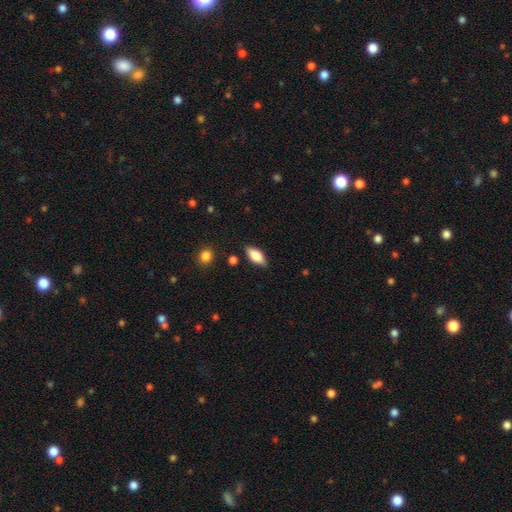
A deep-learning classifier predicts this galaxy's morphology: This is likely a smooth galaxy (78%). How rounded: clearly in between (84%). Merging: clearly none (83%).